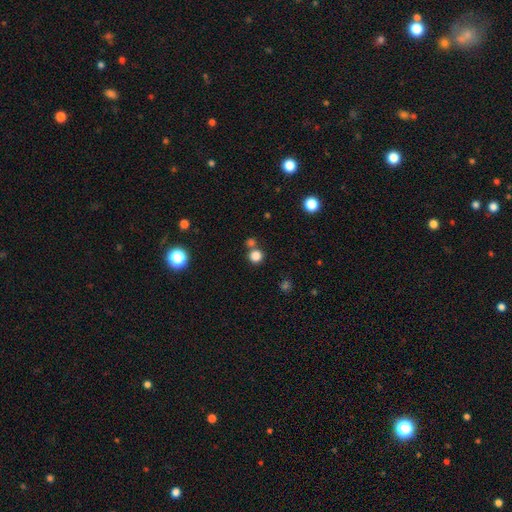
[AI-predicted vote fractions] smooth_or_featured: smooth (p=0.80) [alt: star or artifact p=0.15]
how_rounded: round (p=0.92) [alt: in between p=0.07]
merging: none (p=0.68) [alt: merger p=0.23]